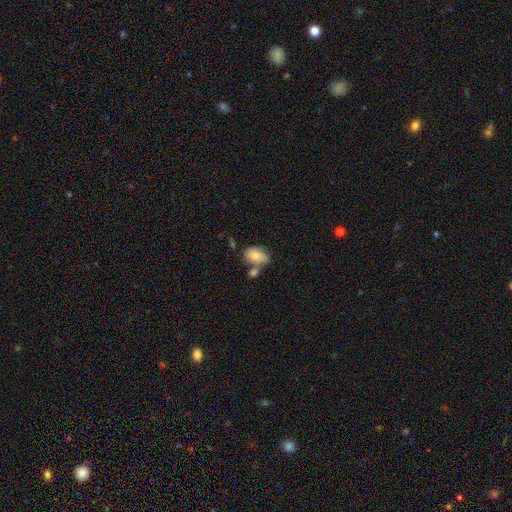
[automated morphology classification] Smooth or featured: smooth — 79% (featured or disk — 13%)
How rounded: in between — 81% (round — 17%)
Merging: none — 45% (merger — 28%)